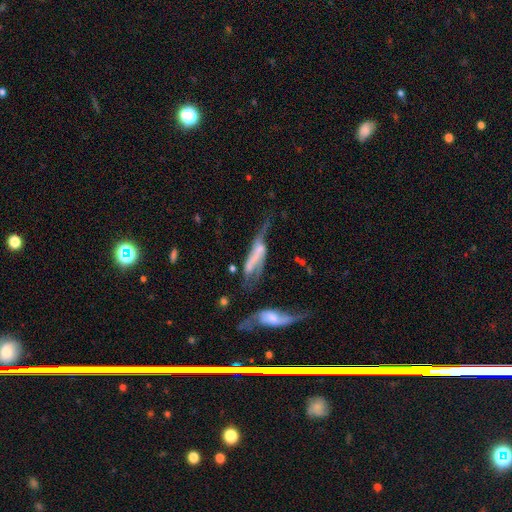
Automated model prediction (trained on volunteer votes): Smooth or featured: featured or disk — 62% (smooth — 28%)
Edge-on disk: no — 58% (yes — 42%)
Merging: merger — 34% (major disturbance — 29%)